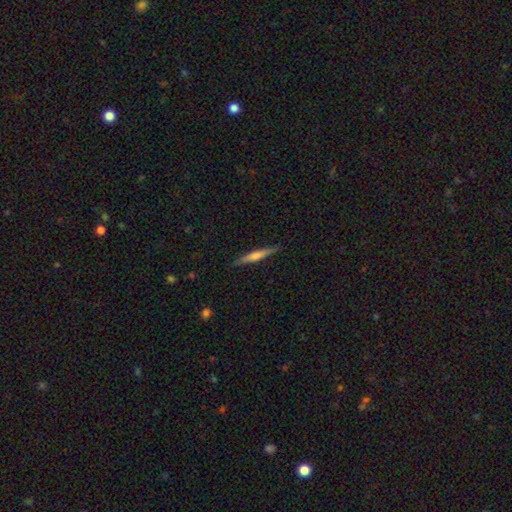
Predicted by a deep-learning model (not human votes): Smooth or featured? Predicted: featured or disk (p=0.55). Edge-on disk? Predicted: yes (p=0.97). Edge-on bulge? Predicted: rounded (p=0.63). Merging? Predicted: none (p=0.89).